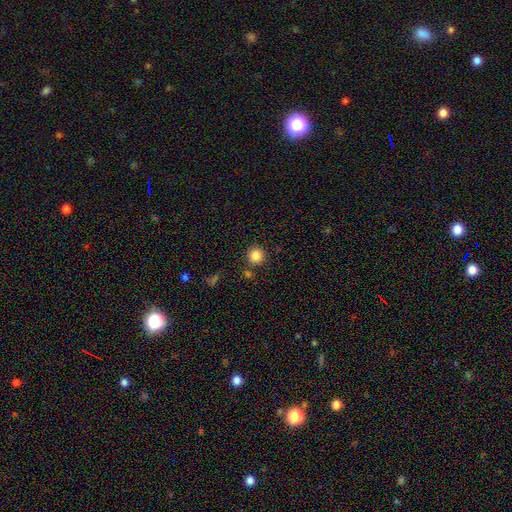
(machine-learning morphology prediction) Smooth or featured? Predicted: smooth (p=0.84). How rounded? Predicted: round (p=0.94). Merging? Predicted: none (p=0.84).